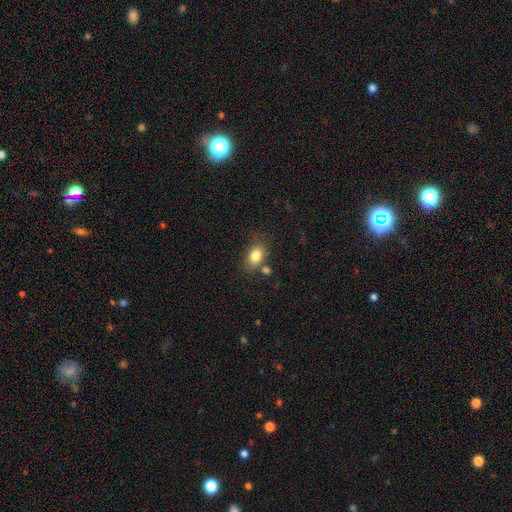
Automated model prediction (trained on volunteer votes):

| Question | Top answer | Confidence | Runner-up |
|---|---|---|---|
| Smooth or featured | smooth | 81% | star or artifact (9%) |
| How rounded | in between | 76% | round (23%) |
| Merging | none | 66% | minor disturbance (16%) |